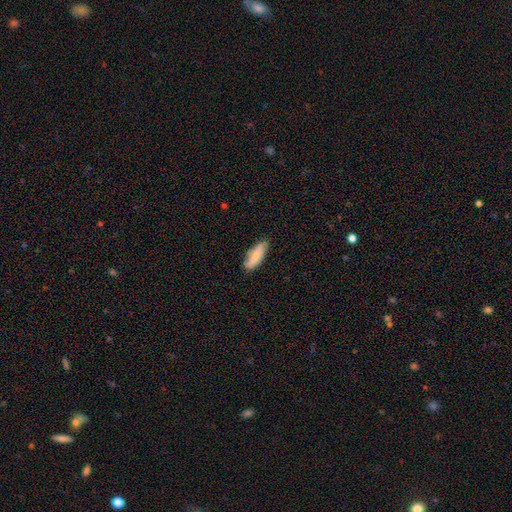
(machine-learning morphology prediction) The model was most divided on "how rounded": in between: 66%, cigar-shaped: 31%, round: 2%. More confident: merging — none (77%); smooth or featured — smooth (66%).